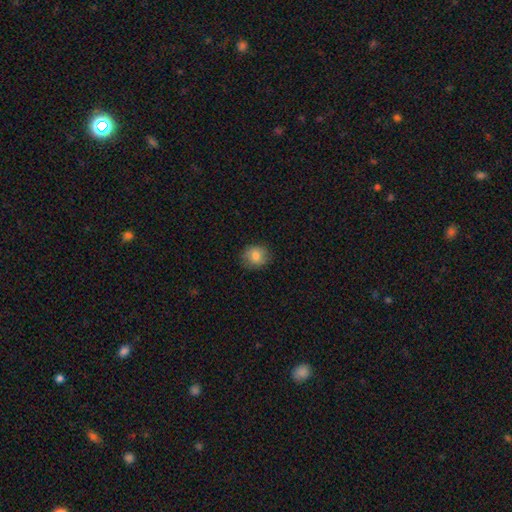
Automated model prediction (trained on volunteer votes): smooth_or_featured: smooth (p=0.82) [alt: star or artifact p=0.09]
how_rounded: round (p=0.74) [alt: in between p=0.25]
merging: none (p=0.85) [alt: minor disturbance p=0.11]